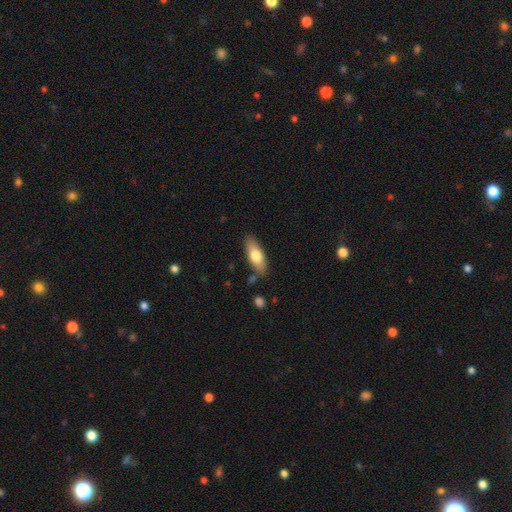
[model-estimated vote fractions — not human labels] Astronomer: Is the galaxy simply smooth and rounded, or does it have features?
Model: smooth — 69%.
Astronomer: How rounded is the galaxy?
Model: in between — 69%.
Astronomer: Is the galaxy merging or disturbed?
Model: none — 82%.